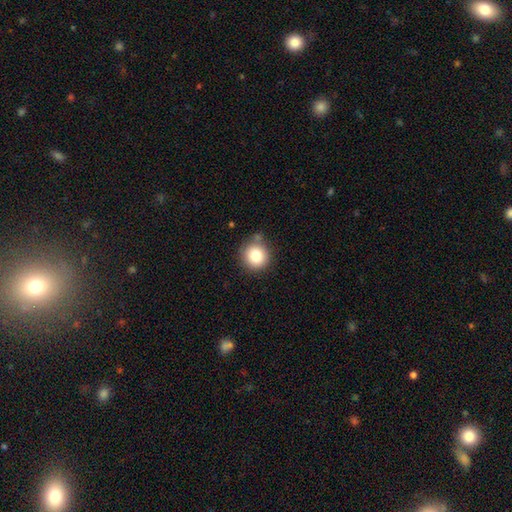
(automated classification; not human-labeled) smooth_or_featured: smooth (p=0.81) [alt: star or artifact p=0.11]
how_rounded: round (p=0.93) [alt: in between p=0.06]
merging: none (p=0.78) [alt: minor disturbance p=0.13]